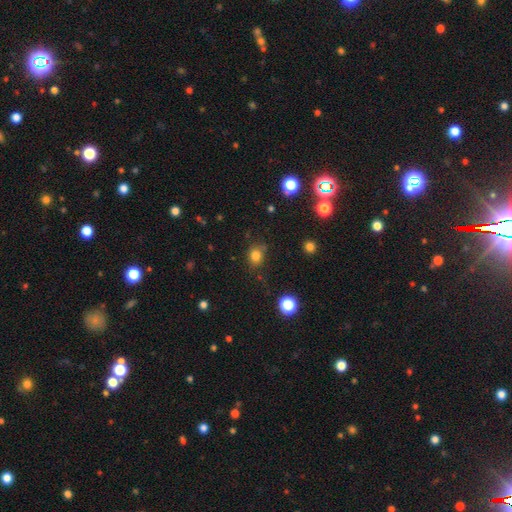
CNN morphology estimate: This appears to be a smooth galaxy with no disk features (78%) that is round (65%). Merging: none (73%).